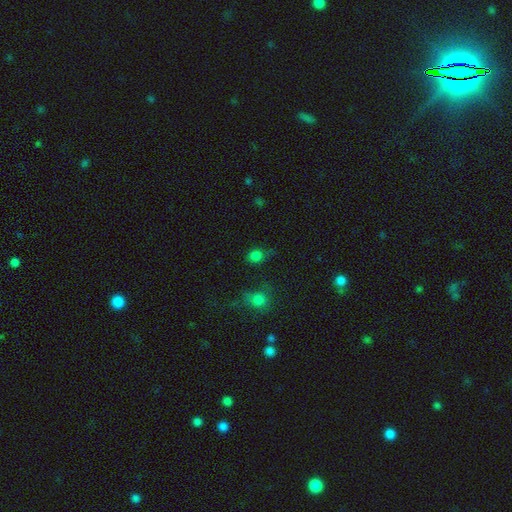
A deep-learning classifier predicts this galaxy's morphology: A smooth galaxy with no disk features (76%) that is round (67%). Merging: none (66%).